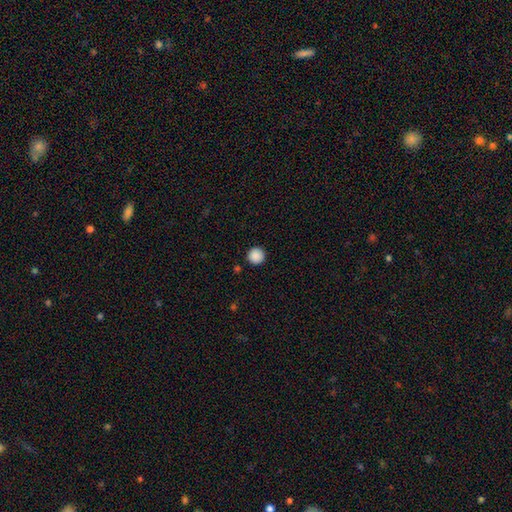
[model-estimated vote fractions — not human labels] Smooth or featured?
  - smooth: 89% *
  - star or artifact: 9%
  - featured or disk: 2%
How rounded?
  - round: 96% *
  - in between: 3%
  - cigar-shaped: 1%
Merging?
  - none: 92% *
  - minor disturbance: 5%
  - major disturbance: 2%
  - merger: 1%